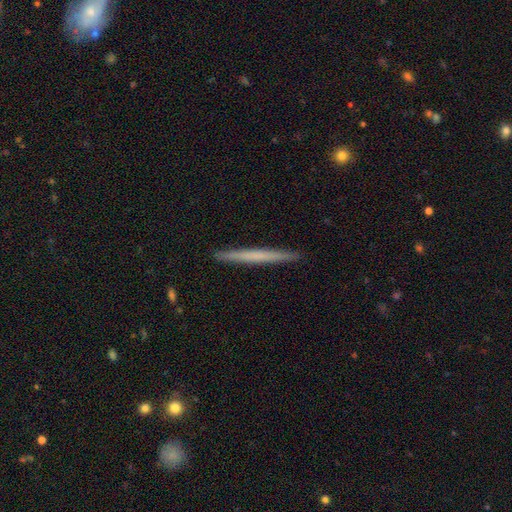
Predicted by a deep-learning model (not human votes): smooth-or-featured: smooth: 53% | featured or disk: 42% | star or artifact: 5%
  how-rounded: cigar-shaped: 97% | in between: 1% | round: 1%
  merging: none: 93% | minor disturbance: 5% | major disturbance: 1% | merger: 1%